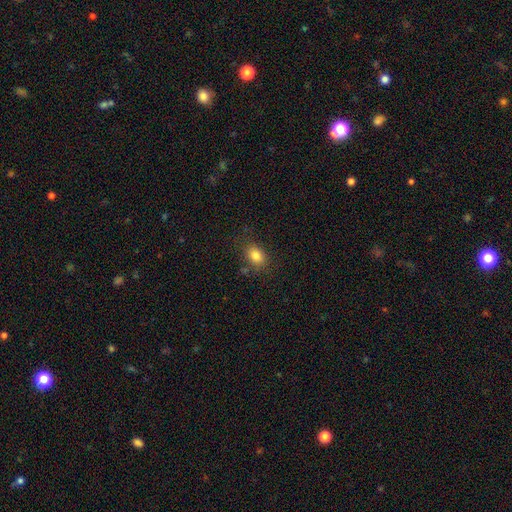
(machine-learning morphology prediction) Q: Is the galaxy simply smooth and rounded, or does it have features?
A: smooth — 82%.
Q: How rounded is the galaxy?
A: in between — 69%.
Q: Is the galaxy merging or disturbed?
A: none — 79%.